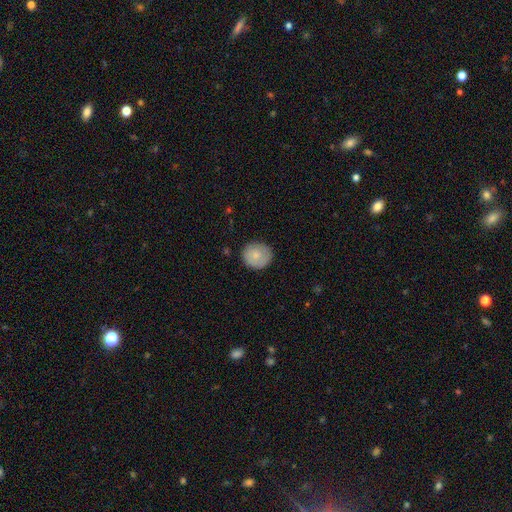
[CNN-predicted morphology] Q: Smooth or featured?
A: smooth (76%); runner-up: featured or disk (17%)
Q: How rounded?
A: round (84%); runner-up: in between (15%)
Q: Merging?
A: none (83%); runner-up: minor disturbance (13%)